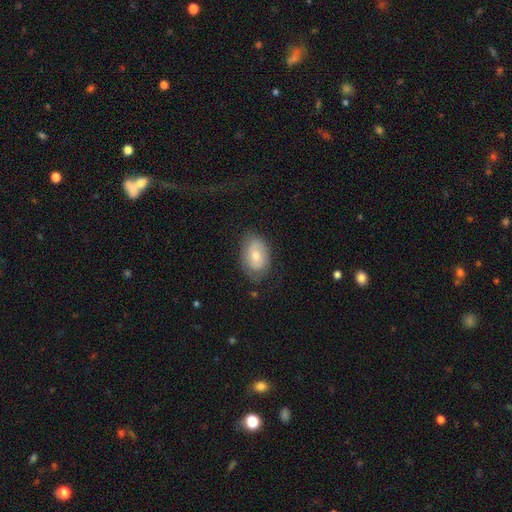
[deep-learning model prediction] smooth 67%, featured or disk 27%, star or artifact 7%. Down the decision tree: how rounded — in between (85%); merging — none (69%).